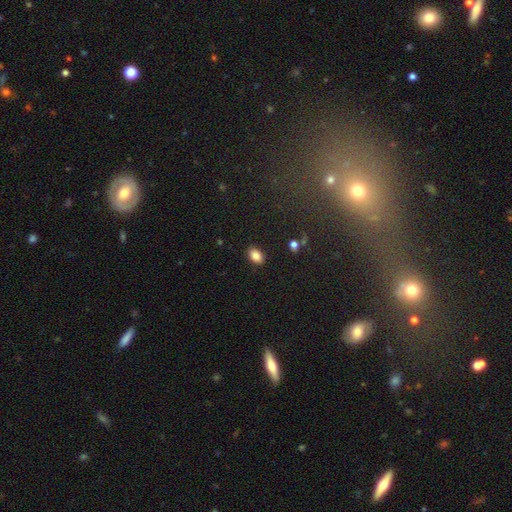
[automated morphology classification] smooth 85%, star or artifact 9%, featured or disk 5%. Down the decision tree: how rounded — in between (87%); merging — none (87%).